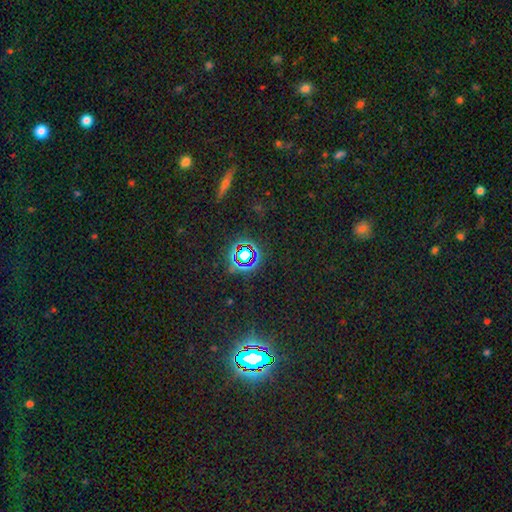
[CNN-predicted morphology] star or artifact 73%, smooth 17%, featured or disk 10%.